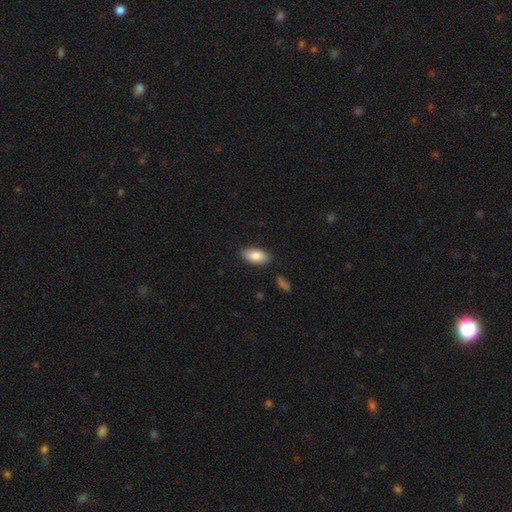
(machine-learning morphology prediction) Overall: smooth (84%). How rounded: in between (93%). Merging: none (86%).